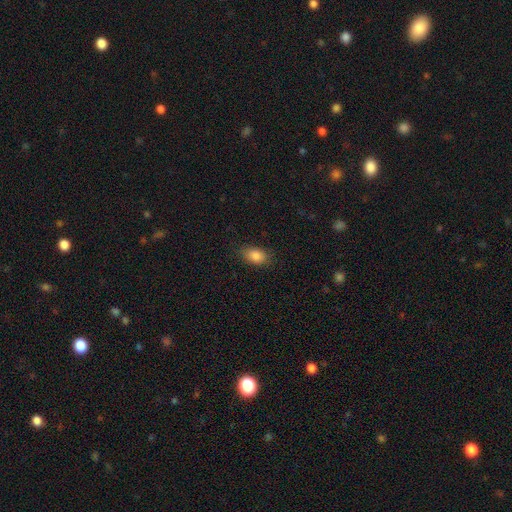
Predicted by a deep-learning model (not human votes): Overall: smooth (86%). How rounded: in between (87%). Merging: none (82%).